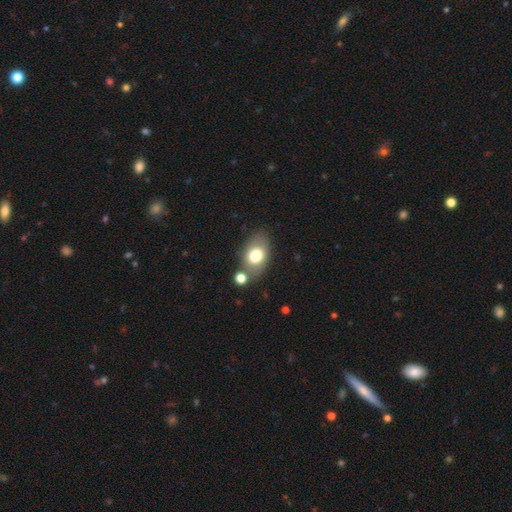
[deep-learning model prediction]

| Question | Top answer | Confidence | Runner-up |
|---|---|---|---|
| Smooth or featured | smooth | 72% | featured or disk (20%) |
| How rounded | in between | 81% | round (18%) |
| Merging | none | 67% | minor disturbance (15%) |